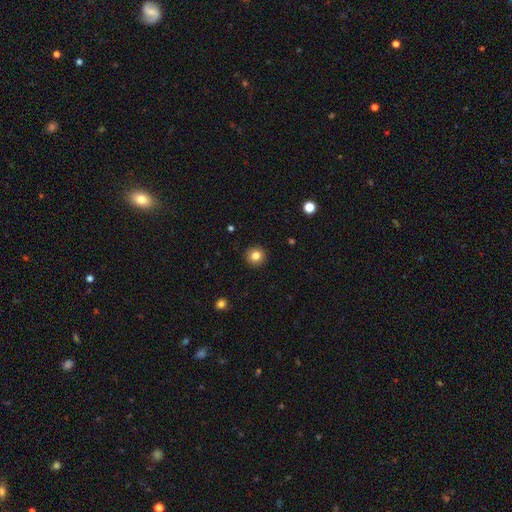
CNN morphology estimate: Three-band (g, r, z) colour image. It shows a smooth galaxy with no disk features (83%) that is round (94%). Merging: none (93%).